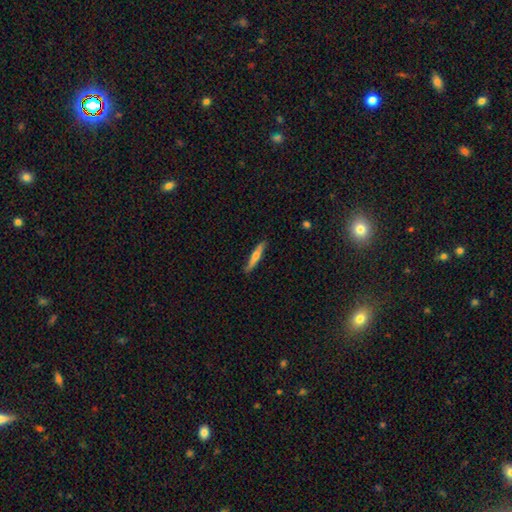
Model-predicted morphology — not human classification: Q: Smooth or featured?
A: smooth (50%); runner-up: featured or disk (45%)
Q: Merging?
A: none (86%); runner-up: minor disturbance (11%)